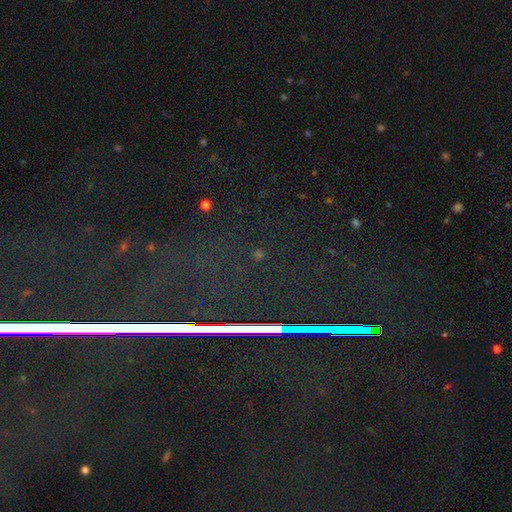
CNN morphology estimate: This appears to be a star or artifact, not a galaxy (85%).